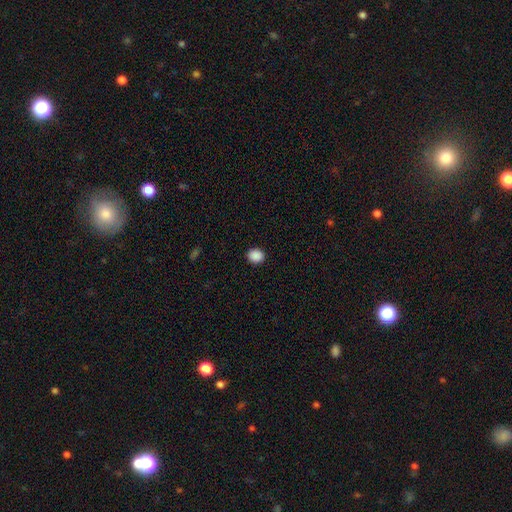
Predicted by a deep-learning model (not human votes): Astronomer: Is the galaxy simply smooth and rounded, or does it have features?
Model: smooth — 89%.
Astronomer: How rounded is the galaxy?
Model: round — 74%.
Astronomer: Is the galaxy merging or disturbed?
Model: none — 92%.